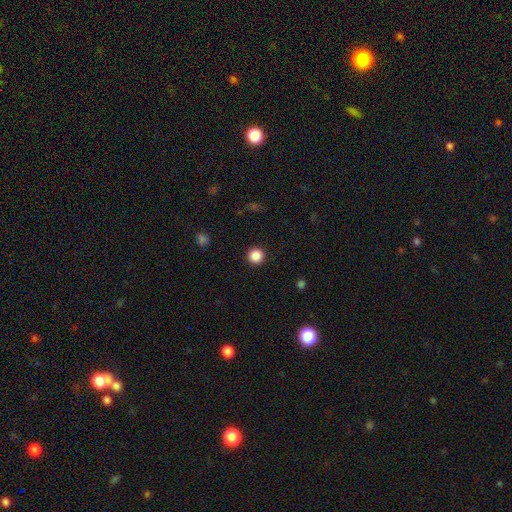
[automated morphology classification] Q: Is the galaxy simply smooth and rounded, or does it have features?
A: smooth — 87%.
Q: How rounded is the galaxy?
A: round — 96%.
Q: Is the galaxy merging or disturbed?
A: none — 93%.